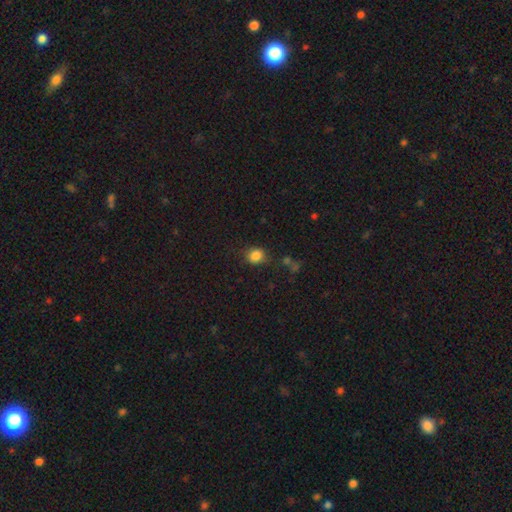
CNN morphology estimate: Smooth or featured: smooth — 84% (star or artifact — 11%)
How rounded: round — 66% (in between — 33%)
Merging: none — 76% (minor disturbance — 15%)